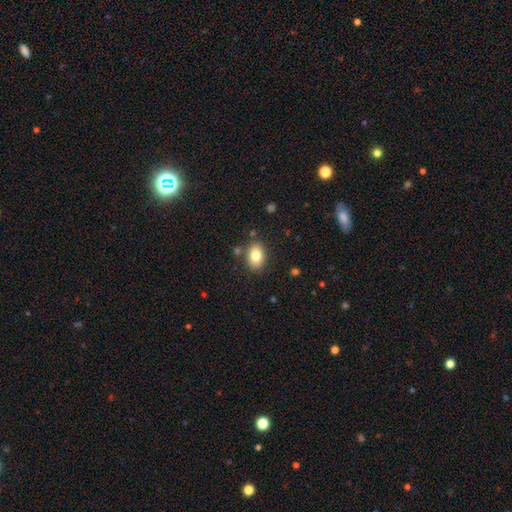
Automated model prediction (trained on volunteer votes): Q: Smooth or featured?
A: smooth (81%); runner-up: featured or disk (11%)
Q: How rounded?
A: in between (80%); runner-up: round (19%)
Q: Merging?
A: none (83%); runner-up: minor disturbance (10%)